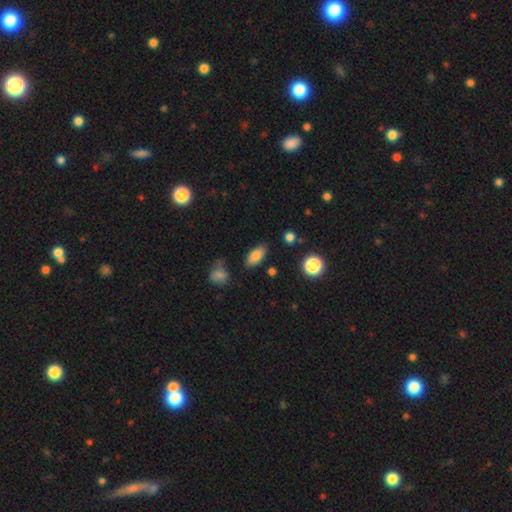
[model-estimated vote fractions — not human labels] Morphology: type=smooth (80%); roundness=in between (87%); merging=none (81%).